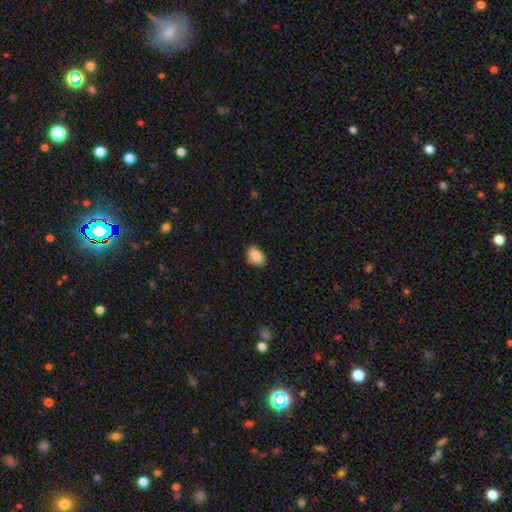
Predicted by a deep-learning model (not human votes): smooth_or_featured: smooth (p=0.89) [alt: star or artifact p=0.07]
how_rounded: in between (p=0.89) [alt: round p=0.09]
merging: none (p=0.85) [alt: minor disturbance p=0.12]